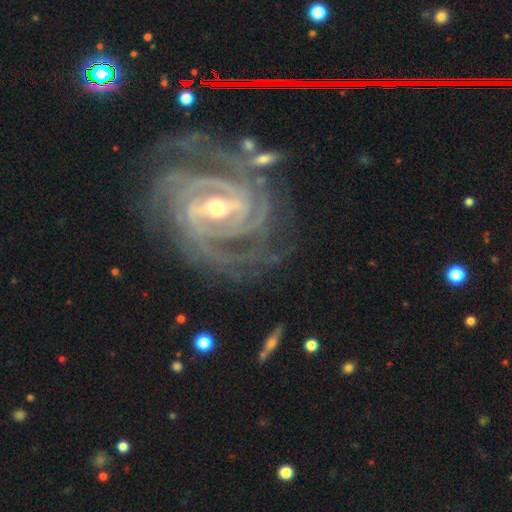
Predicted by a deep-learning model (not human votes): A featured or disk galaxy (93%) with a strong bar (56%), 4 (29%) tight (73%) spiral arms (99%) and a moderate central bulge (52%).

Vote fractions:
- Smooth or featured? featured or disk: 93% / star or artifact: 5% / smooth: 3%
- Edge-on disk? no: 97% / yes: 3%
- Bar? strong: 56% / weak: 34% / no: 10%
- Spiral arms? yes: 99% / no: 1%
- Spiral winding? tight: 73% / medium: 24% / loose: 3%
- Spiral arm count? 4: 29% / 3: 27% / 2: 17% / can't tell: 12% / more than 4: 9% / 1: 7%
- Bulge size? moderate: 52% / small: 44% / large: 2% / none: 1% / dominant: 1%
- Merging? none: 74% / minor disturbance: 15% / major disturbance: 7% / merger: 3%